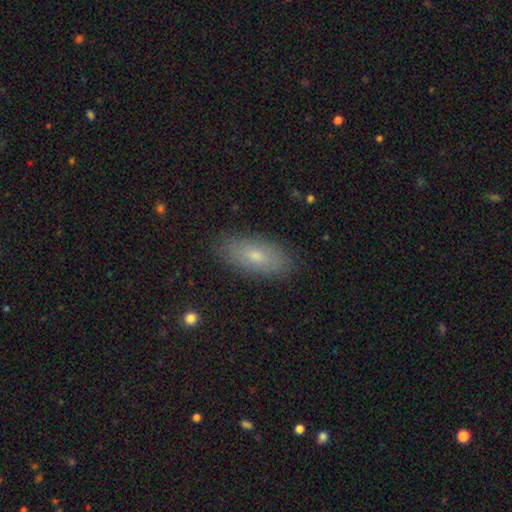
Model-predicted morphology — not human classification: The model was most divided on "smooth or featured": smooth: 69%, featured or disk: 21%, star or artifact: 10%. More confident: merging — none (88%); how rounded — in between (82%).